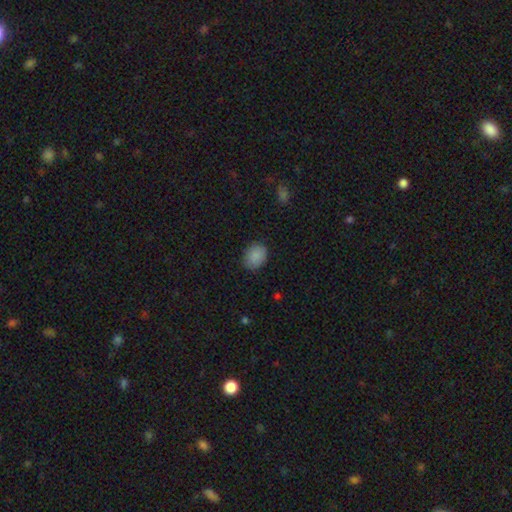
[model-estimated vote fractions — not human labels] smooth 88%, star or artifact 8%, featured or disk 4%. Down the decision tree: how rounded — in between (61%); merging — none (84%).